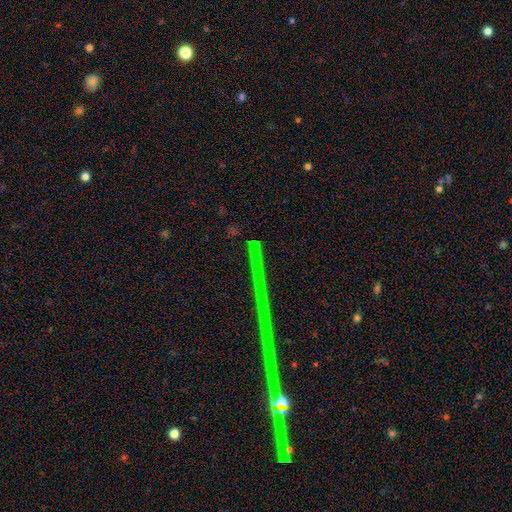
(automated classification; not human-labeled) Q: Smooth or featured?
A: star or artifact (79%); runner-up: featured or disk (12%)